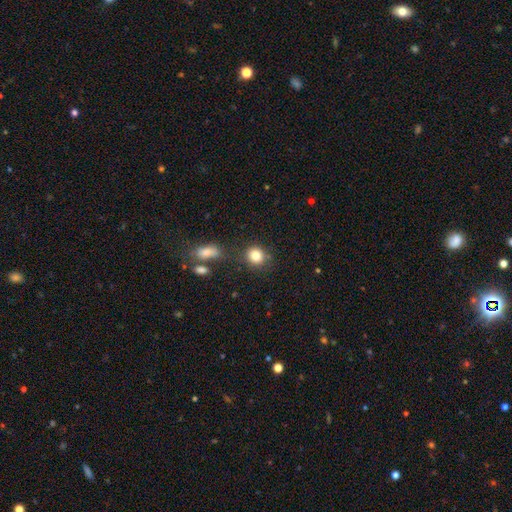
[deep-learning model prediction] smooth_or_featured: smooth (p=0.83) [alt: star or artifact p=0.10]
how_rounded: round (p=0.78) [alt: in between p=0.21]
merging: none (p=0.78) [alt: minor disturbance p=0.12]